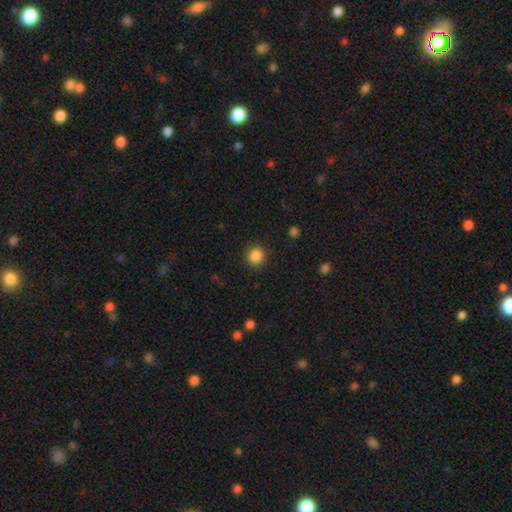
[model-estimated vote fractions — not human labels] This is clearly a smooth galaxy (86%). How rounded: clearly round (92%). Merging: clearly none (90%).